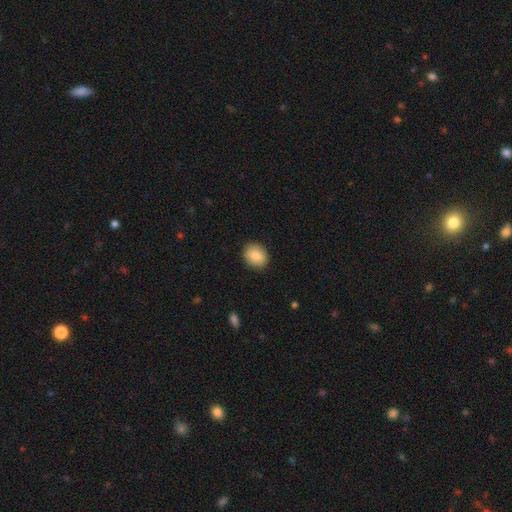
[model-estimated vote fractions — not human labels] A smooth galaxy with no disk features (84%) that is round (71%). Merging: none (89%).